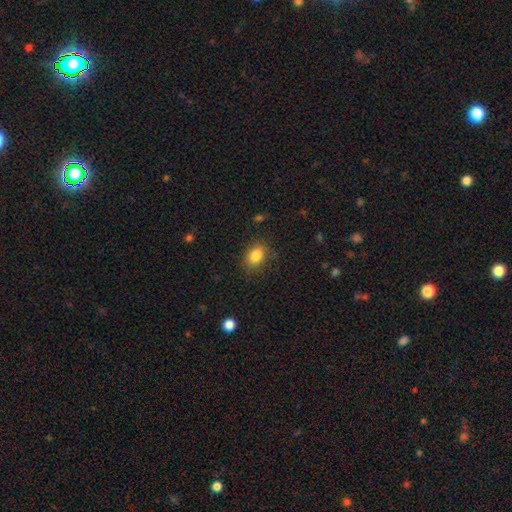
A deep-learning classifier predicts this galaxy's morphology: smooth 85%, star or artifact 9%, featured or disk 6%. Down the decision tree: how rounded — in between (75%); merging — none (80%).